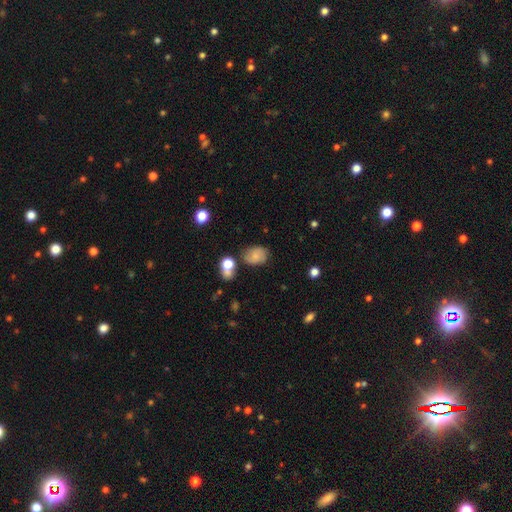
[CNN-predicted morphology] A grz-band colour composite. It shows a smooth galaxy with no disk features (63%) that is in between round and cigar-shaped (62%). Merging: none (67%).